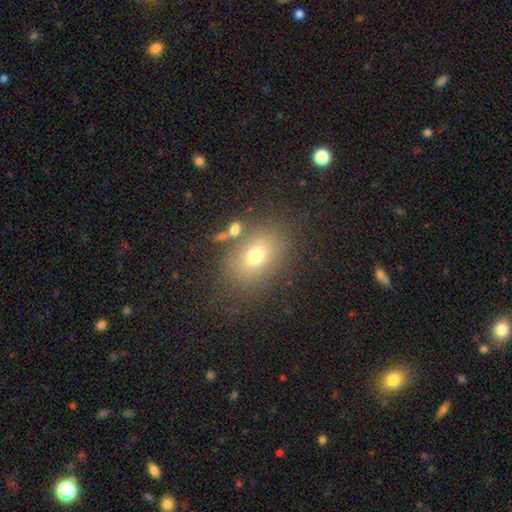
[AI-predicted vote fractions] Smooth or featured: smooth — 69% (featured or disk — 17%)
How rounded: in between — 76% (round — 23%)
Merging: none — 75% (minor disturbance — 12%)